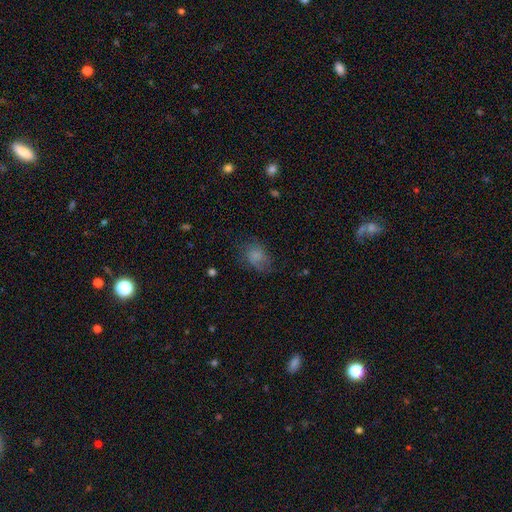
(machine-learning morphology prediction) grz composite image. It shows a smooth galaxy with no disk features (71%) that is in between round and cigar-shaped (65%). Merging: none (58%).